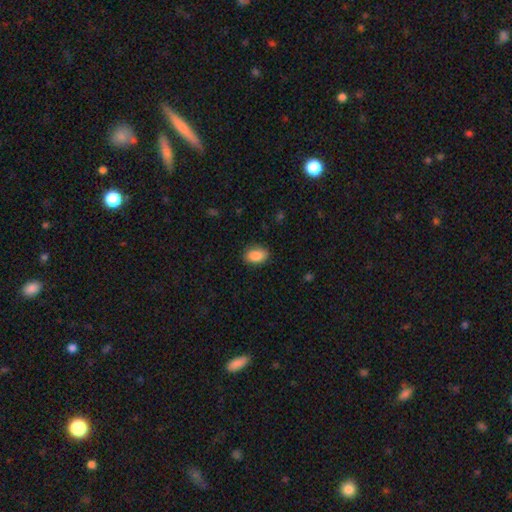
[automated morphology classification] This appears to be a smooth galaxy with no disk features (86%) that is in between round and cigar-shaped (84%). Merging: none (84%).